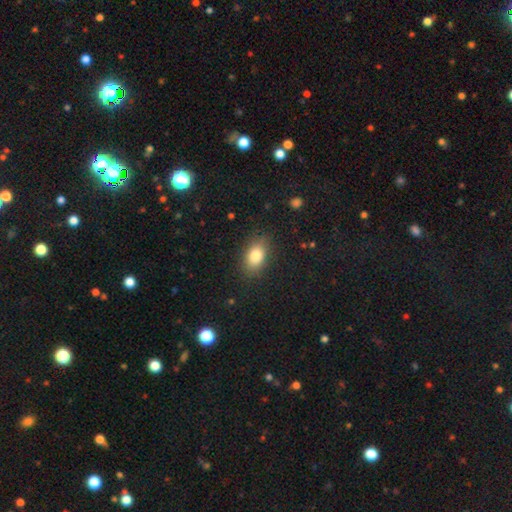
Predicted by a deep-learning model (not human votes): Smooth or featured? smooth (82%)
How rounded? in between (85%)
Merging? none (83%)